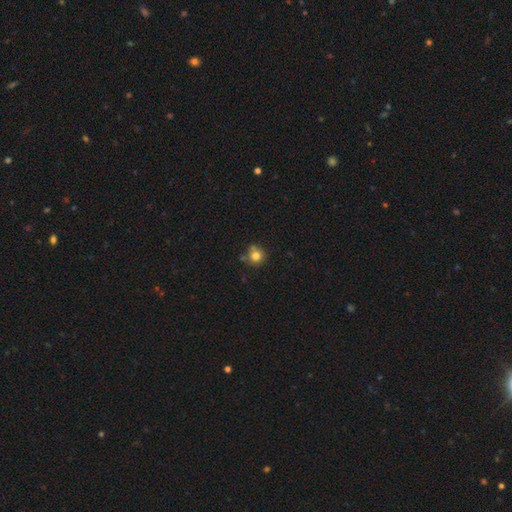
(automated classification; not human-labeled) Q: Smooth or featured?
A: smooth (79%); runner-up: star or artifact (12%)
Q: How rounded?
A: round (91%); runner-up: in between (8%)
Q: Merging?
A: none (69%); runner-up: minor disturbance (14%)